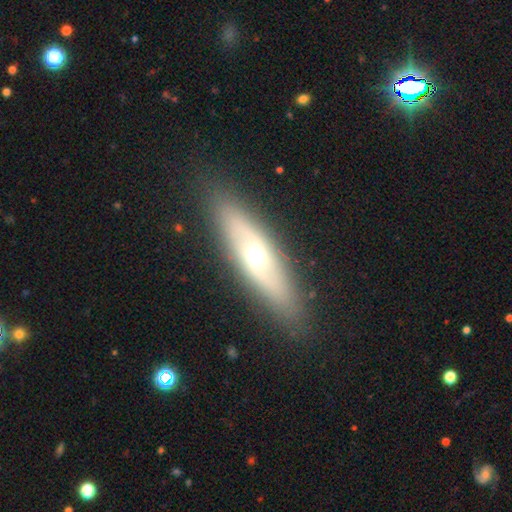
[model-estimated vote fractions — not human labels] Smooth or featured? Predicted: featured or disk (p=0.57). Edge-on disk? Predicted: yes (p=0.51). Merging? Predicted: none (p=0.87).